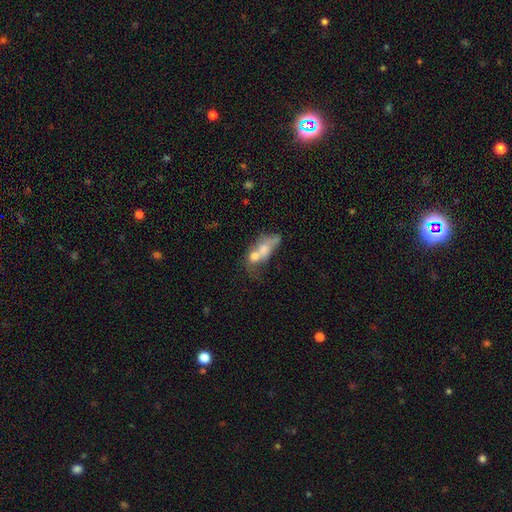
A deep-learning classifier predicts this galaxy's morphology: smooth 52%, featured or disk 36%, star or artifact 12%. Down the decision tree: how rounded — in between (65%); merging — merger (60%).